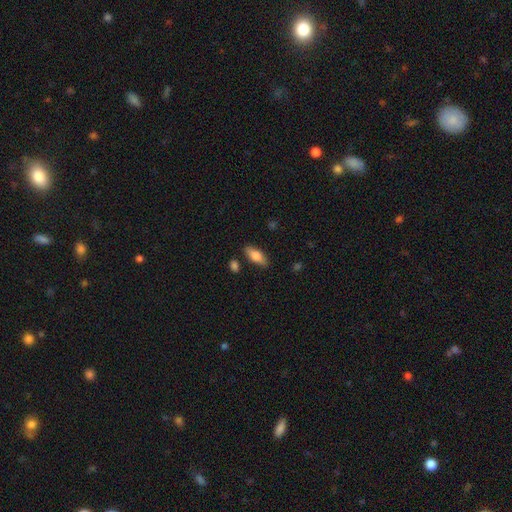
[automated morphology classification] smooth-or-featured: smooth: 73% | featured or disk: 21% | star or artifact: 7%
  how-rounded: in between: 76% | cigar-shaped: 21% | round: 3%
  merging: none: 82% | minor disturbance: 12% | merger: 3% | major disturbance: 3%